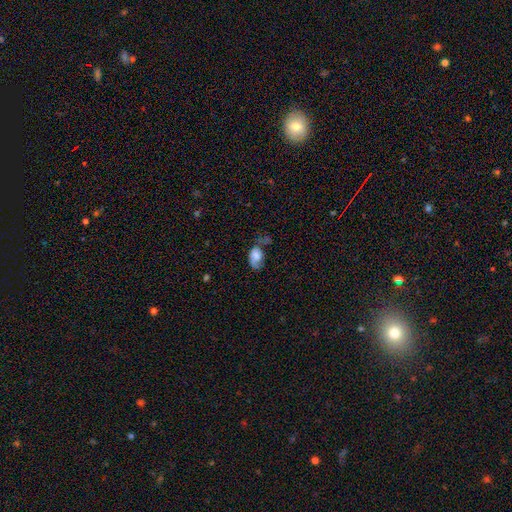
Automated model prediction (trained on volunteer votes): This appears to be a smooth galaxy with no disk features (71%) that is in between round and cigar-shaped (86%). Merging: minor disturbance (31%).